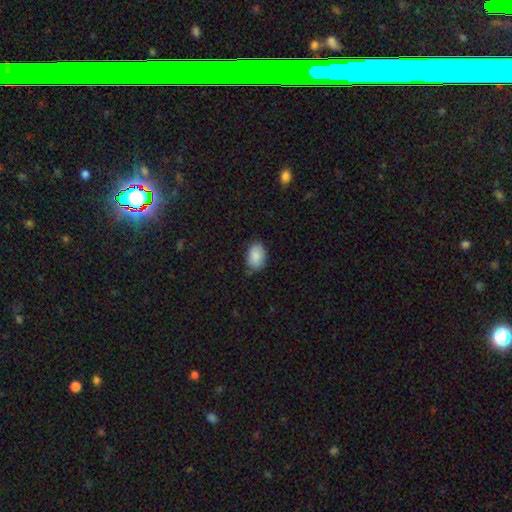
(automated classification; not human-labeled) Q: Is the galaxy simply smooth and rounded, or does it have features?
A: smooth — 88%.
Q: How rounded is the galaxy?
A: in between — 85%.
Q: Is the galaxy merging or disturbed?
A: none — 79%.